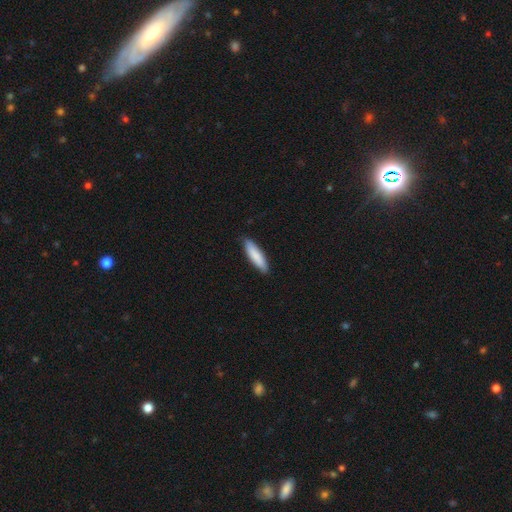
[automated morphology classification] smooth-or-featured: smooth: 86% | featured or disk: 9% | star or artifact: 5%
  how-rounded: cigar-shaped: 66% | in between: 33% | round: 1%
  merging: none: 86% | minor disturbance: 11% | major disturbance: 2% | merger: 1%